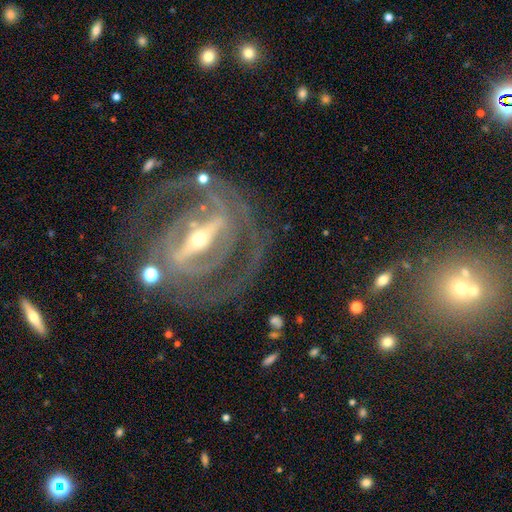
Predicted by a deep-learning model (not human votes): Overall: featured or disk (89%). Edge-on disk: no (90%). Bar: strong (82%). Spiral arms: yes (90%). Spiral arm count: 2 (59%). Spiral winding: tight (56%; medium 35%). Bulge size: small (56%; moderate 39%). Merging: none (69%).